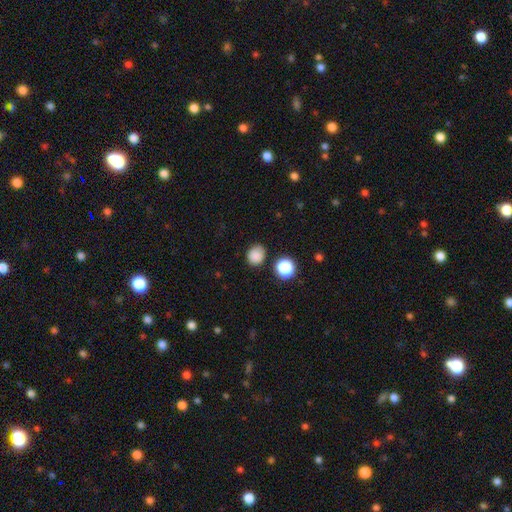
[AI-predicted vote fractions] A smooth galaxy with no disk features (83%) that is round (72%). Merging: none (81%).